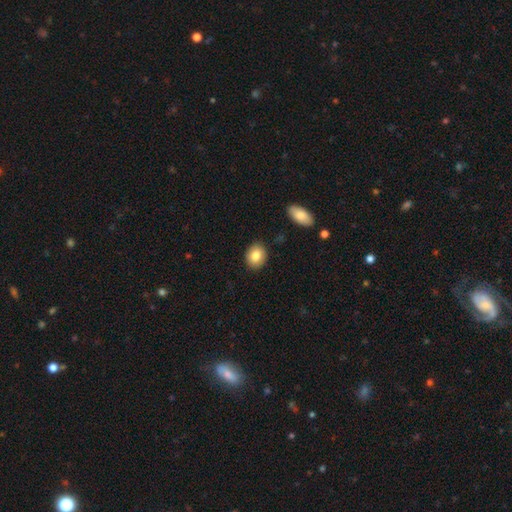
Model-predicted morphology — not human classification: smooth_or_featured: smooth (p=0.83) [alt: featured or disk p=0.09]
how_rounded: in between (p=0.51) [alt: round p=0.48]
merging: none (p=0.89) [alt: minor disturbance p=0.08]